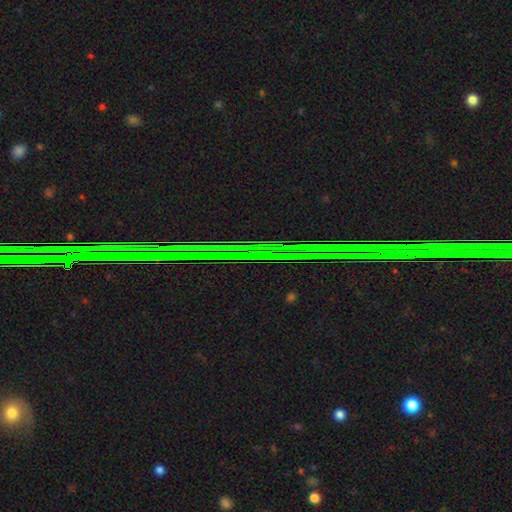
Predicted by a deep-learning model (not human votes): Smooth or featured: star or artifact — 87% (featured or disk — 7%)